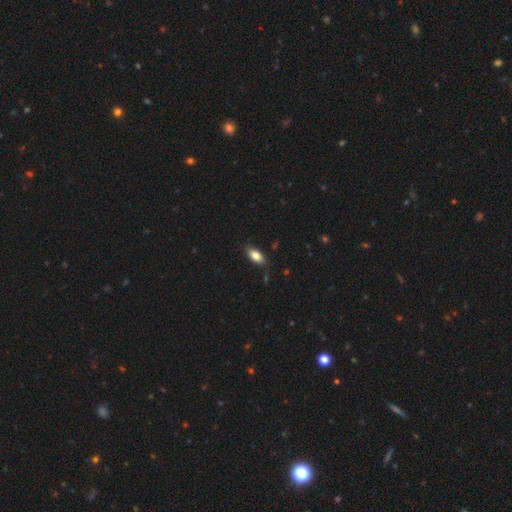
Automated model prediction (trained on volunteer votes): This appears to be a smooth galaxy with no disk features (81%) that is in between round and cigar-shaped (89%). Merging: none (82%).